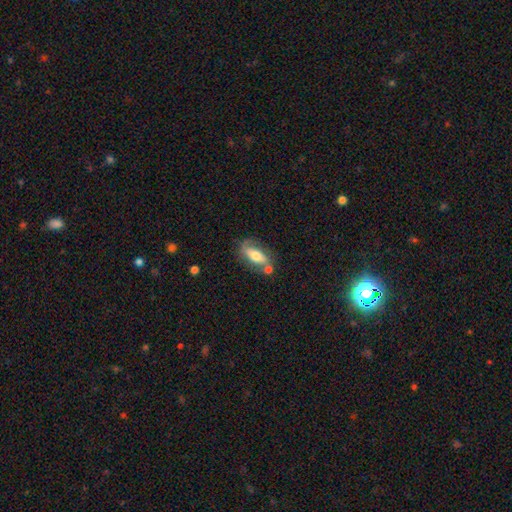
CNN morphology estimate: Smooth or featured? Predicted: smooth (p=0.52). How rounded? Predicted: in between (p=0.79). Merging? Predicted: none (p=0.52).